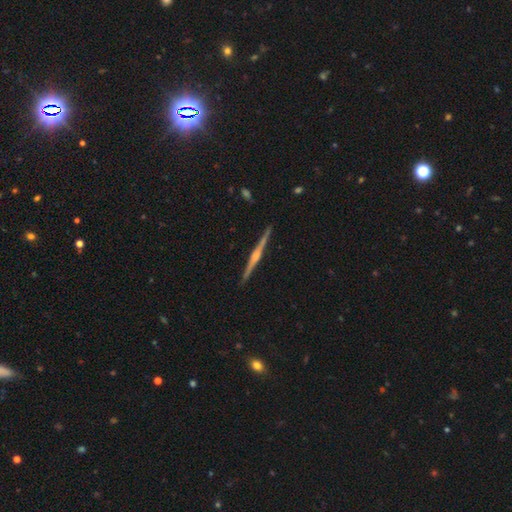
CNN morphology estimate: Smooth or featured? featured or disk (83%)
Edge-on disk? yes (99%)
Edge-on bulge? rounded (74%)
Merging? none (92%)